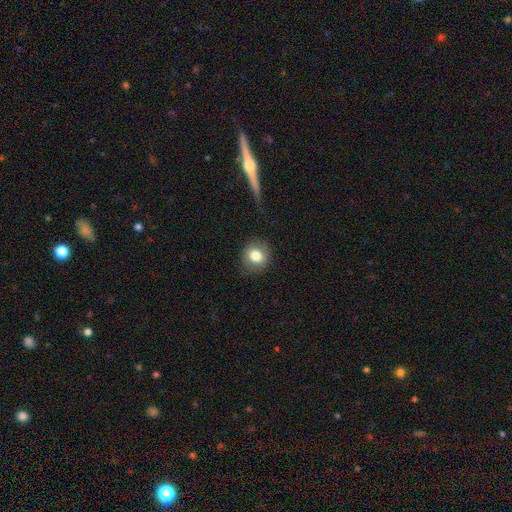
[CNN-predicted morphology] This is likely a smooth galaxy (79%). How rounded: clearly round (81%). Merging: clearly none (83%).